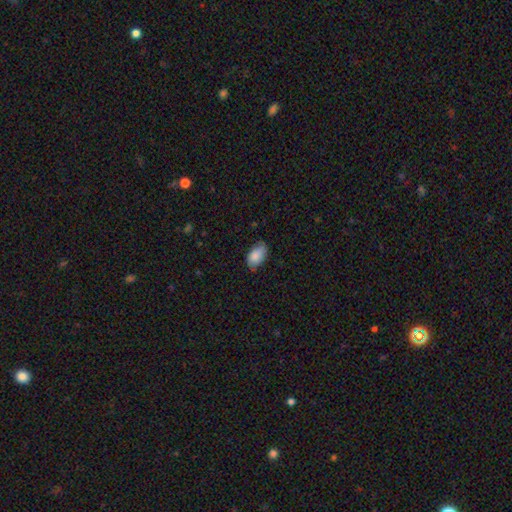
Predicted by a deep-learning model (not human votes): Morphology: type=smooth (85%); roundness=in between (93%); merging=none (68%).